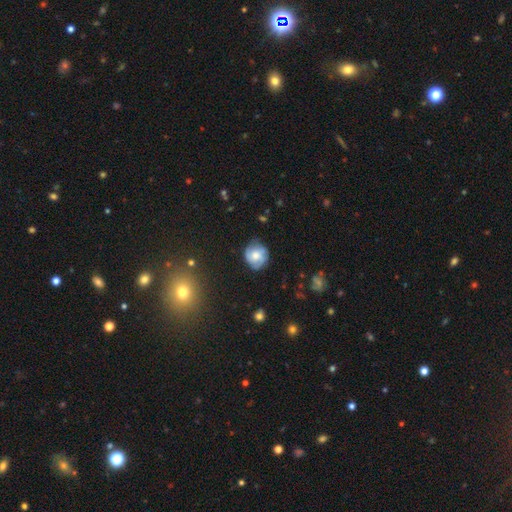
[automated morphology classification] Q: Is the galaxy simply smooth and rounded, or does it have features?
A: smooth — 50%.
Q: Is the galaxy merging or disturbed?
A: none — 72%.